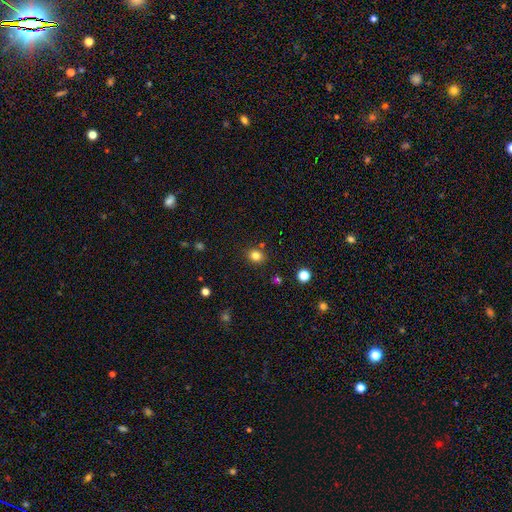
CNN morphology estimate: A smooth galaxy with no disk features (81%) that is round (71%).

Vote fractions:
- Smooth or featured? smooth: 81% / star or artifact: 13% / featured or disk: 5%
- How rounded? round: 71% / in between: 28% / cigar-shaped: 1%
- Merging? none: 85% / minor disturbance: 9% / merger: 4% / major disturbance: 2%